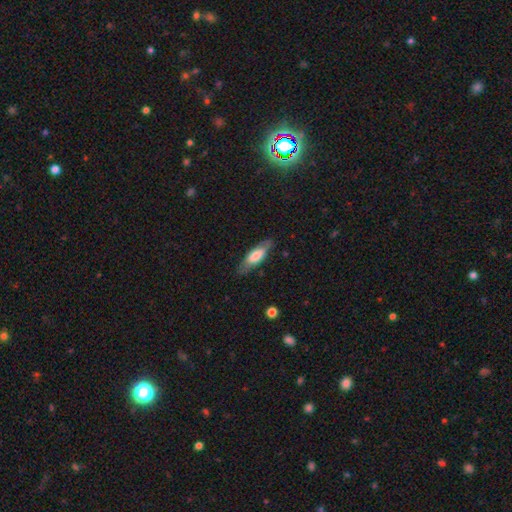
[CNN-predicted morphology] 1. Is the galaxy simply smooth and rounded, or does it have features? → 62% smooth, 32% featured or disk, 6% star or artifact.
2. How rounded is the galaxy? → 56% in between, 42% cigar-shaped, 2% round.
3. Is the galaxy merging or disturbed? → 79% none, 15% minor disturbance, 4% major disturbance, 1% merger.